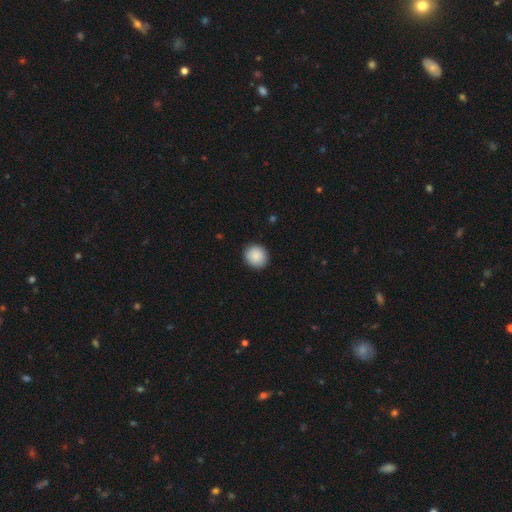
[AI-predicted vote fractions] A smooth galaxy with no disk features (90%) that is round (86%).

Vote fractions:
- Smooth or featured? smooth: 90% / star or artifact: 7% / featured or disk: 3%
- How rounded? round: 86% / in between: 13% / cigar-shaped: 1%
- Merging? none: 91% / minor disturbance: 7% / major disturbance: 2% / merger: 1%